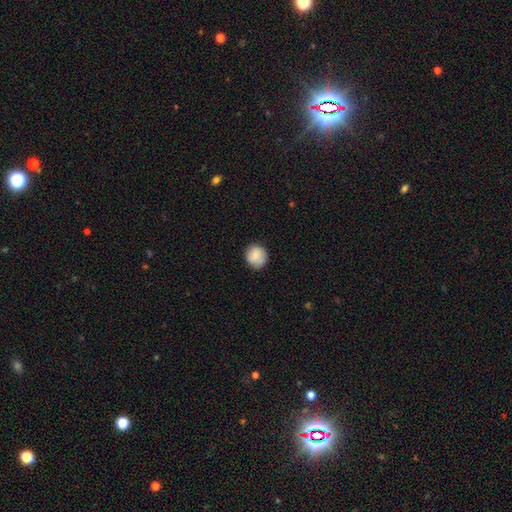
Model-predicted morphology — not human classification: Smooth or featured? Predicted: smooth (p=0.78). How rounded? Predicted: round (p=0.91). Merging? Predicted: none (p=0.78).